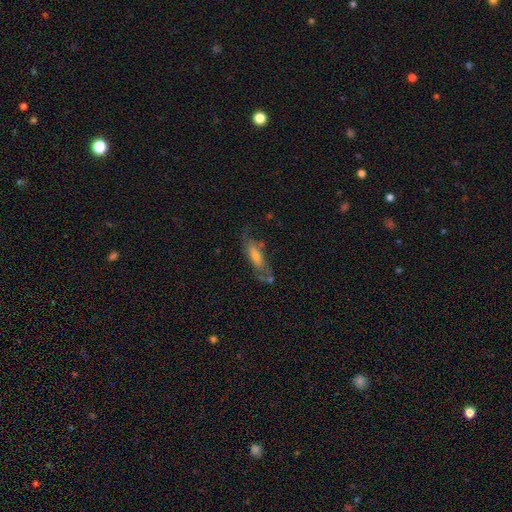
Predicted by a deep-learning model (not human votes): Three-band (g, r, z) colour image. It shows a featured or disk galaxy (55%). Merging: none (56%).